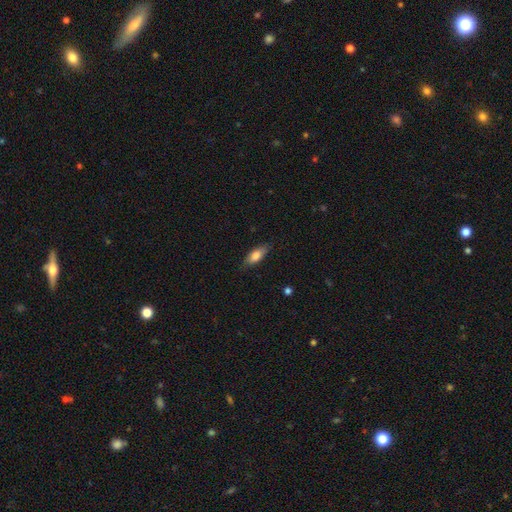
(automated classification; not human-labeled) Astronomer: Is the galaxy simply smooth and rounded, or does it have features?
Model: smooth — 78%.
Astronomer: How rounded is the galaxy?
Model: in between — 71%.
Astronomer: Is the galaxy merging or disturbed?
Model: none — 81%.